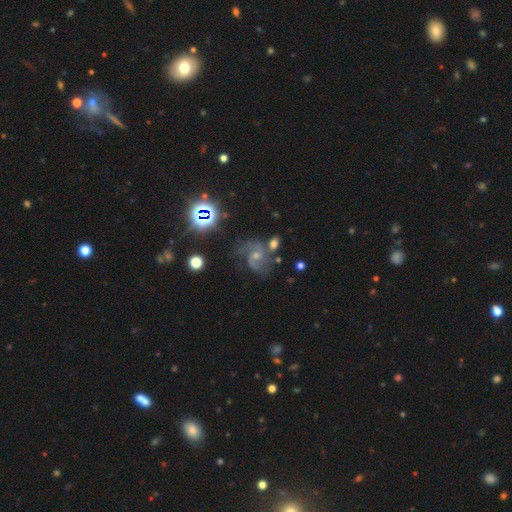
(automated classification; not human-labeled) Smooth or featured: featured or disk — 78% (star or artifact — 13%)
Edge-on disk: no — 98% (yes — 2%)
Bar: no — 55% (weak — 38%)
Spiral arms: yes — 96% (no — 4%)
Spiral winding: medium — 56% (loose — 24%)
Spiral arm count: 2 — 79% (can't tell — 7%)
Bulge size: moderate — 46% (tied with small — 46%)
Merging: none — 51% (minor disturbance — 22%)